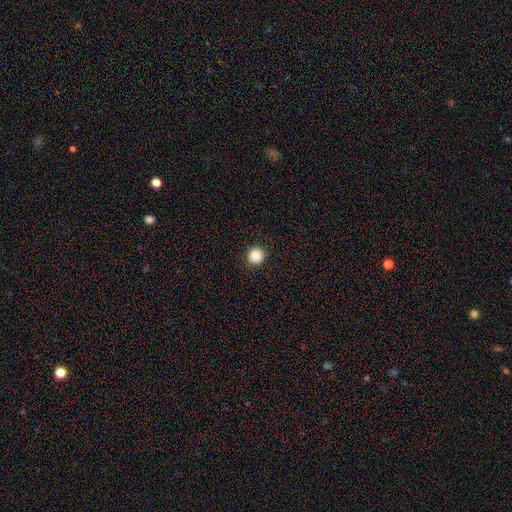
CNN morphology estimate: Smooth or featured?
  - smooth: 88% *
  - star or artifact: 9%
  - featured or disk: 2%
How rounded?
  - round: 96% *
  - in between: 3%
  - cigar-shaped: 1%
Merging?
  - none: 93% *
  - minor disturbance: 5%
  - major disturbance: 2%
  - merger: 1%